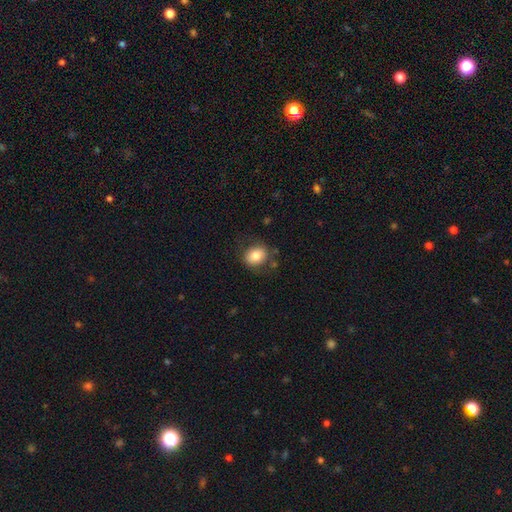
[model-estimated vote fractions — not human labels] Smooth or featured?
  - smooth: 80% *
  - featured or disk: 11%
  - star or artifact: 9%
How rounded?
  - round: 57% *
  - in between: 43%
  - cigar-shaped: 1%
Merging?
  - none: 76% *
  - minor disturbance: 15%
  - major disturbance: 6%
  - merger: 3%